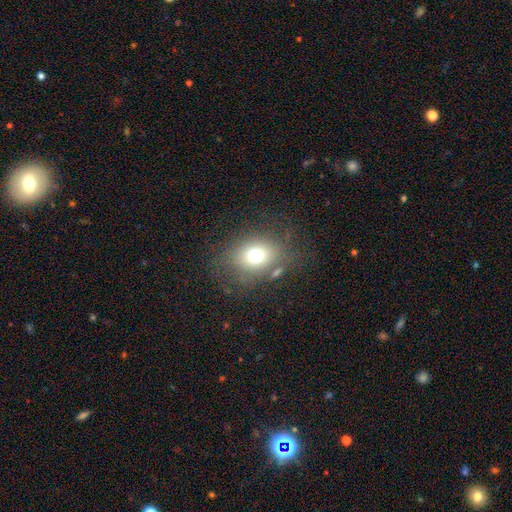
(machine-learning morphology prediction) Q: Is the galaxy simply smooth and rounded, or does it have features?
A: smooth — 70%.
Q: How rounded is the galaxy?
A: in between — 51%.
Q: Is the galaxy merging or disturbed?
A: none — 72%.